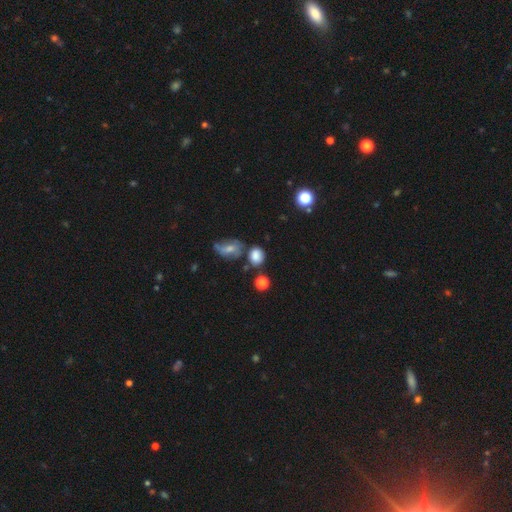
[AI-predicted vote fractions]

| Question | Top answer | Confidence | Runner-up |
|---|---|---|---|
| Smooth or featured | smooth | 77% | star or artifact (13%) |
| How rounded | round | 59% | in between (40%) |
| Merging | none | 60% | minor disturbance (18%) |